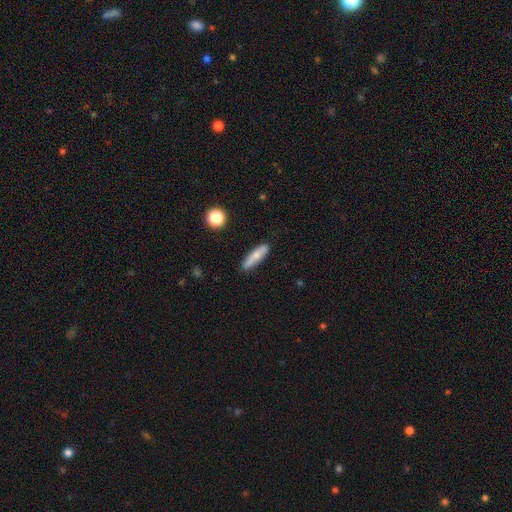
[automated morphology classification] smooth 70%, featured or disk 23%, star or artifact 7%. Down the decision tree: how rounded — cigar-shaped (73%); merging — none (86%).